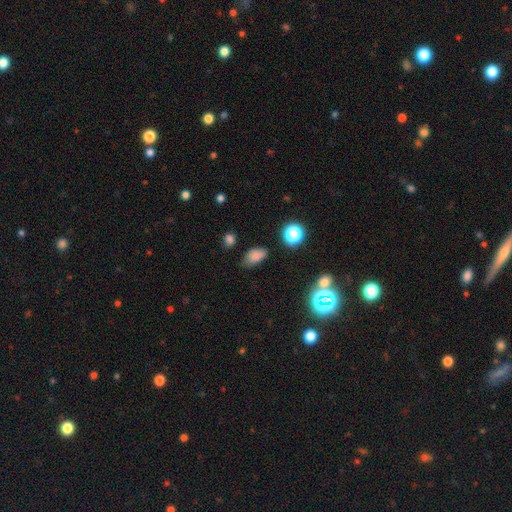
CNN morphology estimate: This is likely a smooth galaxy (77%). How rounded: clearly in between (89%). Merging: likely none (69%).